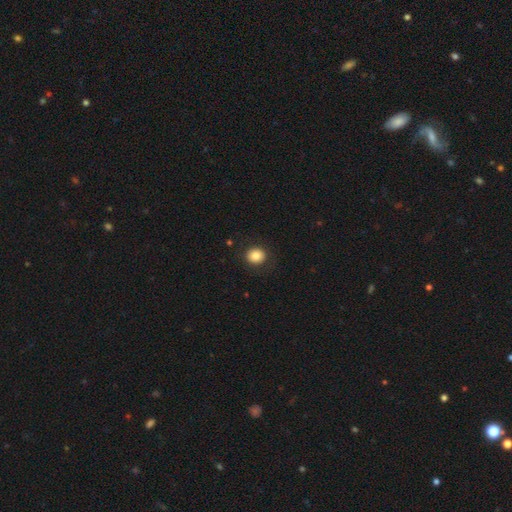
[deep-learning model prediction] Overall: smooth (82%). How rounded: round (77%). Merging: none (87%).